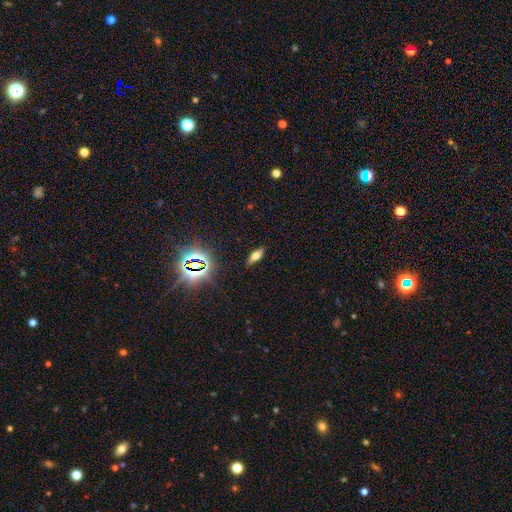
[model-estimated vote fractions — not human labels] smooth 56%, featured or disk 23%, star or artifact 21%. Down the decision tree: how rounded — in between (68%); merging — none (86%).